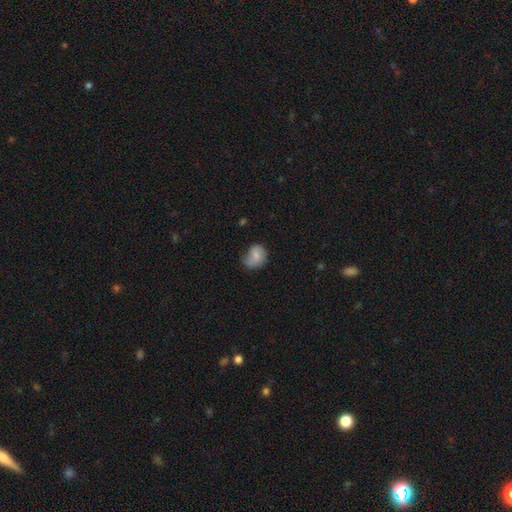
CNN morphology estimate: smooth_or_featured: smooth (p=0.69) [alt: featured or disk p=0.23]
how_rounded: round (p=0.58) [alt: in between p=0.41]
merging: none (p=0.43) [alt: minor disturbance p=0.39]